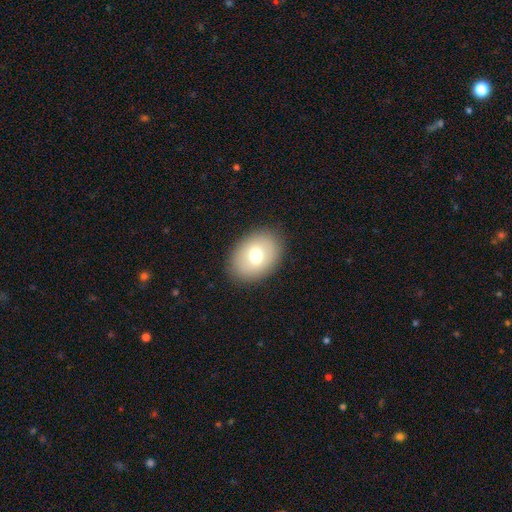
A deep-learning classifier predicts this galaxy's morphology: smooth_or_featured: smooth (p=0.71) [alt: featured or disk p=0.20]
how_rounded: in between (p=0.72) [alt: round p=0.27]
merging: none (p=0.87) [alt: minor disturbance p=0.09]